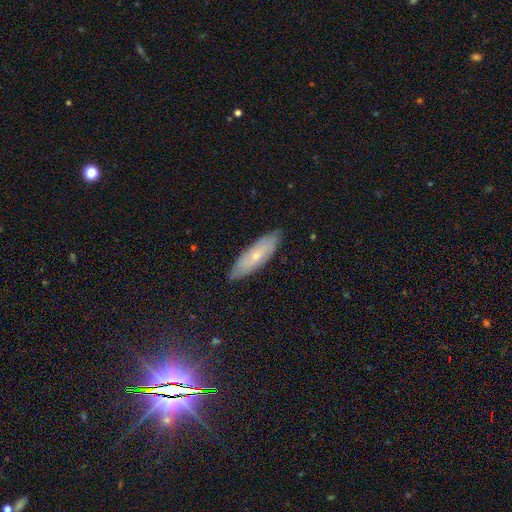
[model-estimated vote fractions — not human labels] Overall: smooth (46%, tied with featured or disk). Merging: none (84%).